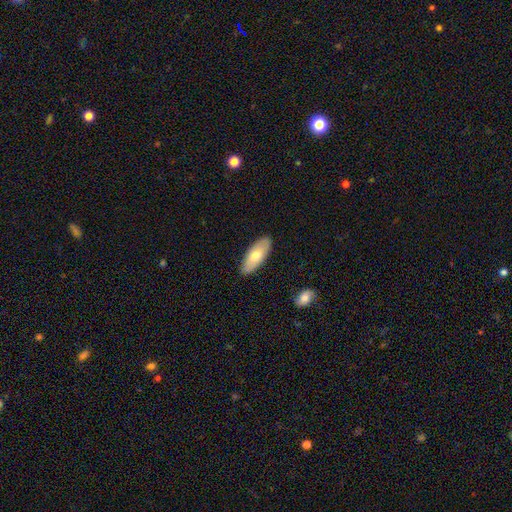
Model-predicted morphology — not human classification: This appears to be a smooth galaxy with no disk features (68%) that is in between round and cigar-shaped (82%). Merging: none (88%).